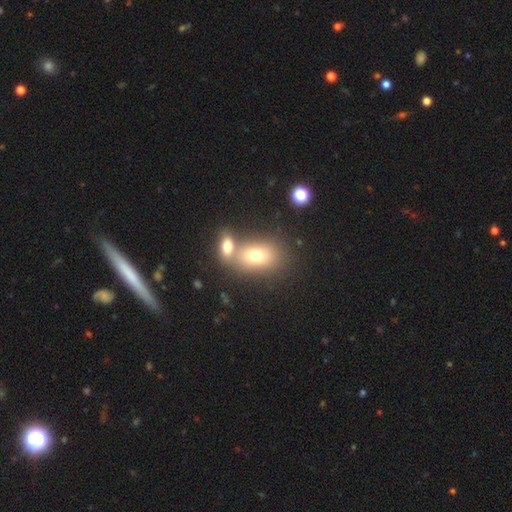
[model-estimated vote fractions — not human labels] This is likely a smooth galaxy (72%). How rounded: likely in between (75%). Merging: marginally merger (45%).